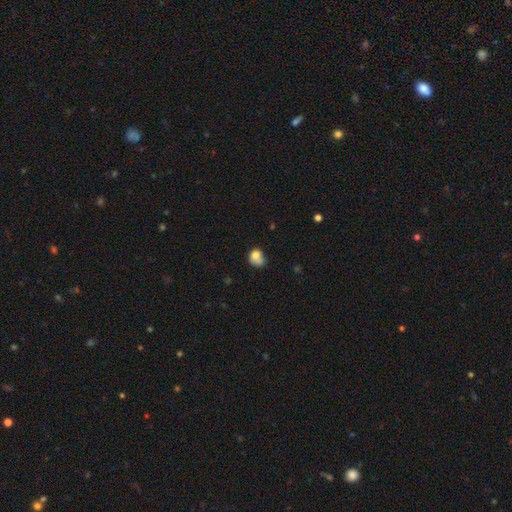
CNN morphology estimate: Smooth or featured: smooth — 75% (featured or disk — 15%)
How rounded: round — 56% (in between — 43%)
Merging: none — 34% (minor disturbance — 29%)